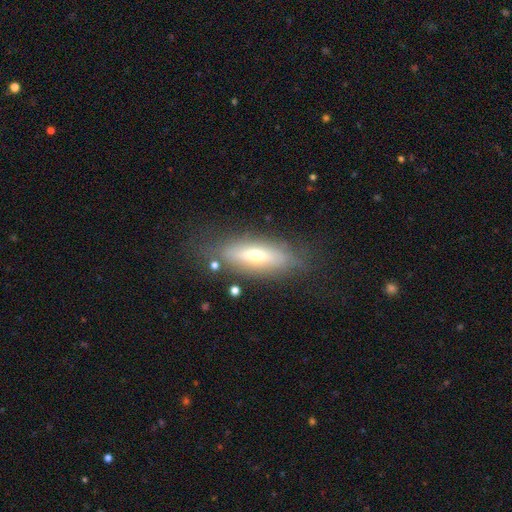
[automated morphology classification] Smooth or featured? smooth (49%)
Merging? none (74%)